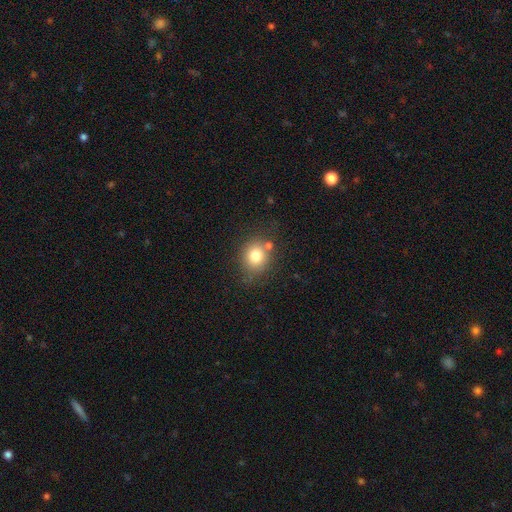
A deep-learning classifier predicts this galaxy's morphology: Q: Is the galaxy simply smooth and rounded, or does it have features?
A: smooth — 77%.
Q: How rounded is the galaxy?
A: round — 77%.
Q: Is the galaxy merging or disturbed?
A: none — 70%.